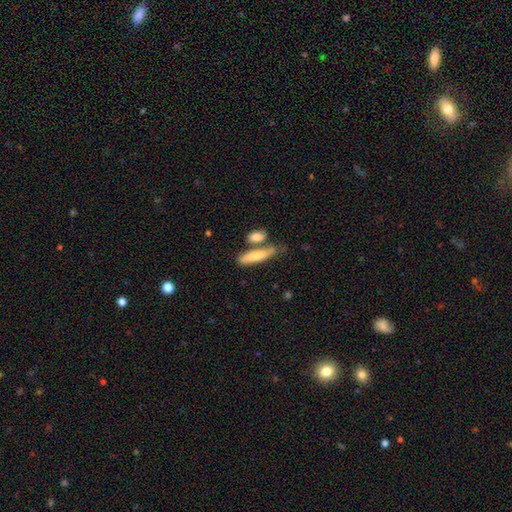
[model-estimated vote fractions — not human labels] Overall: smooth (72%). How rounded: cigar-shaped (69%; in between 29%). Merging: none (54%; merger 26%).